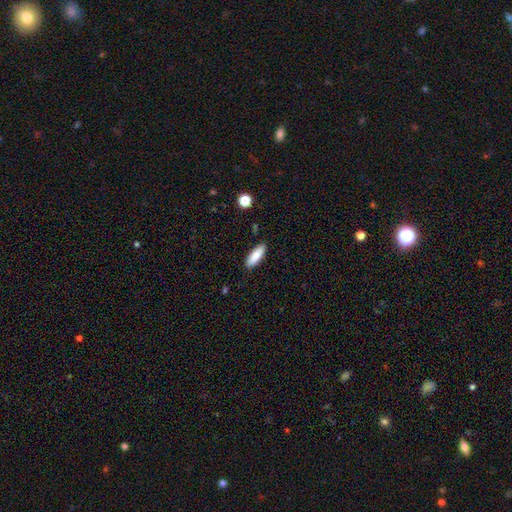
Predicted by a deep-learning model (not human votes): Smooth or featured: smooth — 85% (featured or disk — 8%)
How rounded: in between — 55% (cigar-shaped — 43%)
Merging: none — 88% (minor disturbance — 9%)